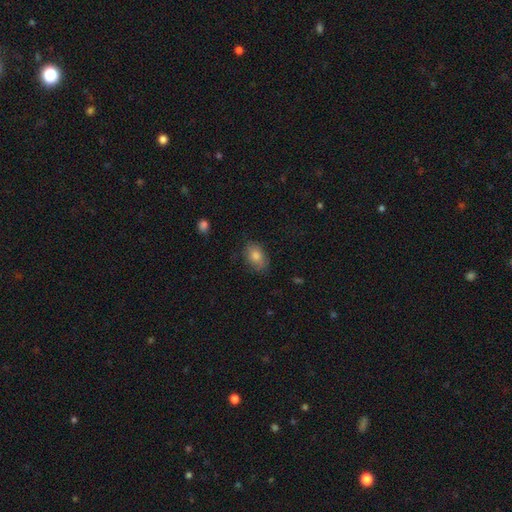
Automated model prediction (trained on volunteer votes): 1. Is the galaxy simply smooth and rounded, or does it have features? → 80% smooth, 11% featured or disk, 10% star or artifact.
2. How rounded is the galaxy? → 83% in between, 15% round, 2% cigar-shaped.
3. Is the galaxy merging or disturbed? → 79% none, 16% minor disturbance, 4% major disturbance, 1% merger.